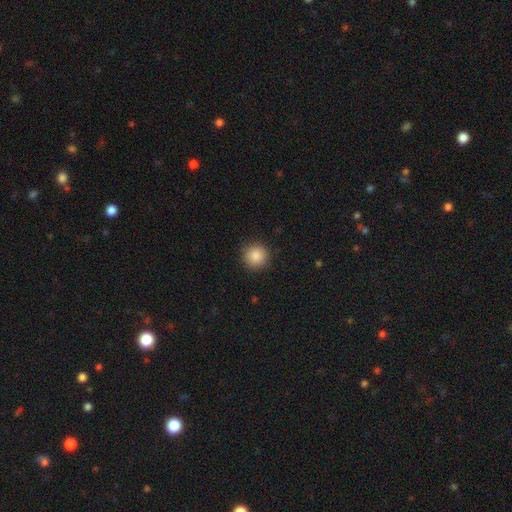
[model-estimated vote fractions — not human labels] Q: Smooth or featured?
A: smooth (88%); runner-up: star or artifact (9%)
Q: How rounded?
A: round (95%); runner-up: in between (4%)
Q: Merging?
A: none (91%); runner-up: minor disturbance (6%)